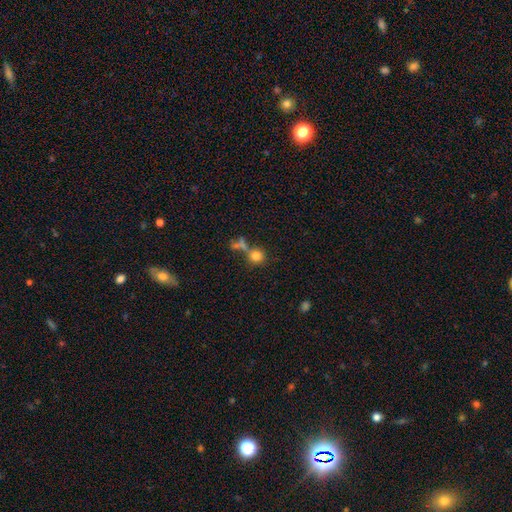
smooth-or-featured: smooth: 92% | featured or disk: 5% | star or artifact: 3%
  how-rounded: round: 94% | in between: 3% | cigar-shaped: 3%
  merging: none: 53% | merger: 39% | minor disturbance: 6% | major disturbance: 3%